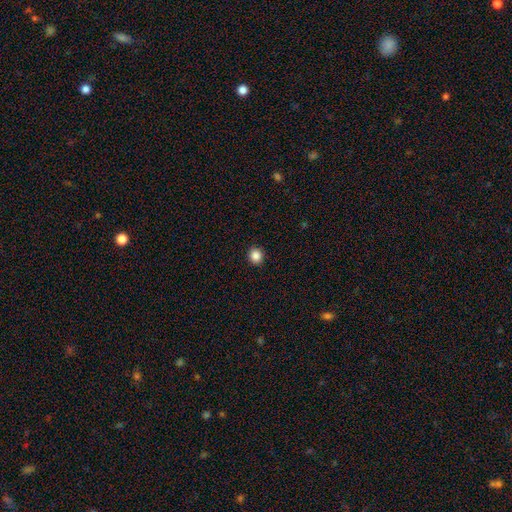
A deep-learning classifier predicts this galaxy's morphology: smooth-or-featured: smooth: 86% | star or artifact: 10% | featured or disk: 3%
  how-rounded: round: 81% | in between: 18% | cigar-shaped: 1%
  merging: none: 92% | minor disturbance: 5% | major disturbance: 2% | merger: 1%